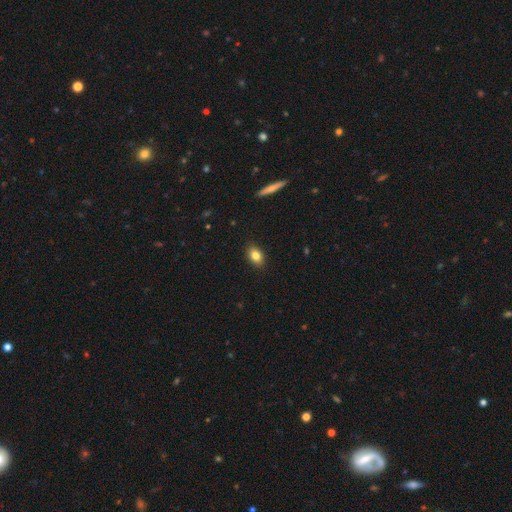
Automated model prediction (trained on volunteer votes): The model was most divided on "how rounded": in between: 82%, round: 16%, cigar-shaped: 2%. More confident: merging — none (88%); smooth or featured — smooth (82%).